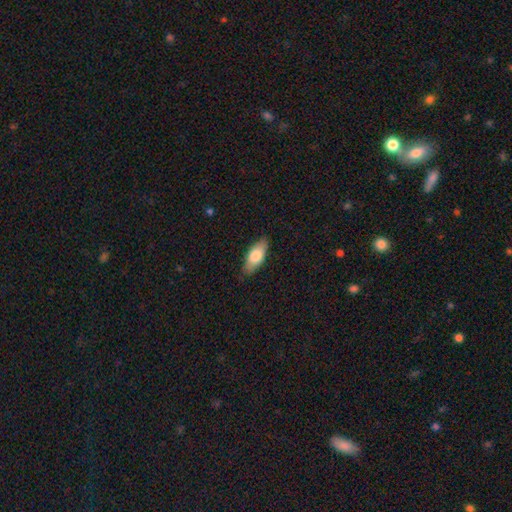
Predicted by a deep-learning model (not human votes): The model was most divided on "smooth or featured": smooth: 77%, featured or disk: 18%, star or artifact: 6%. More confident: merging — none (83%); how rounded — in between (81%).